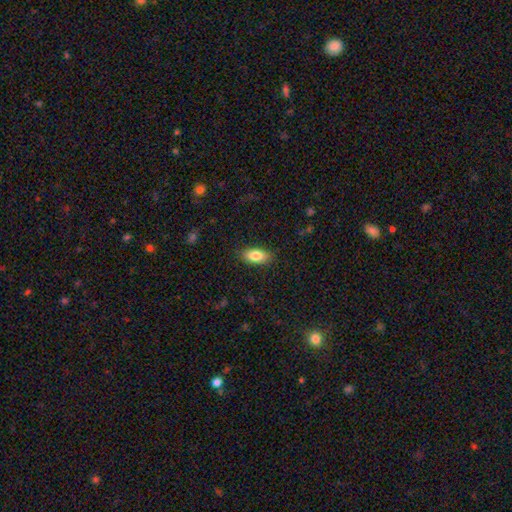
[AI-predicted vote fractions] smooth 83%, featured or disk 10%, star or artifact 7%. Down the decision tree: how rounded — in between (89%); merging — none (87%).